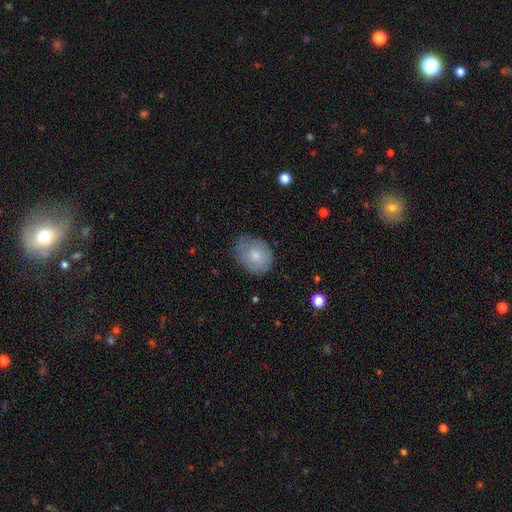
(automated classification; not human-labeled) The model was most divided on "how rounded": round: 50%, in between: 49%, cigar-shaped: 1%. More confident: smooth or featured — smooth (74%); merging — none (67%).